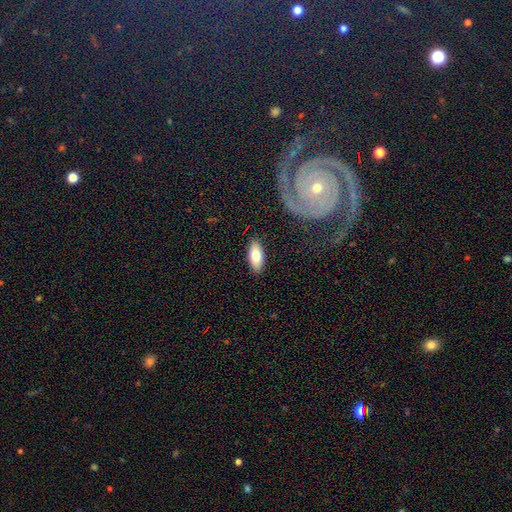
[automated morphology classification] Overall: smooth (76%). How rounded: in between (81%). Merging: none (87%).